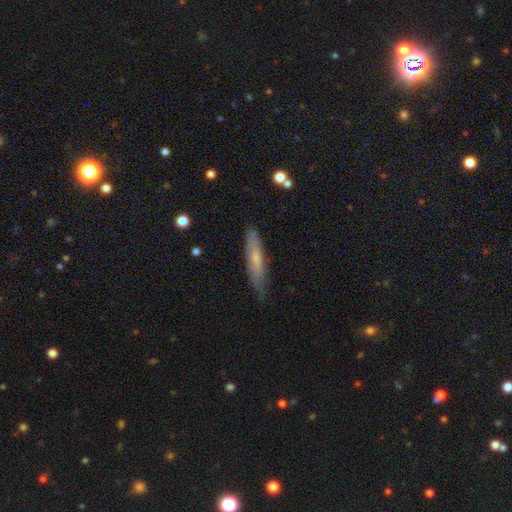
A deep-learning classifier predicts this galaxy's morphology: Q: Smooth or featured?
A: featured or disk (46%); runner-up: smooth (45%)
Q: Merging?
A: none (81%); runner-up: minor disturbance (15%)